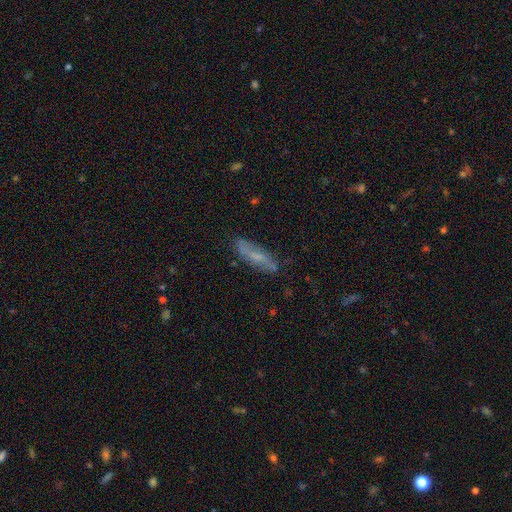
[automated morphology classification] A smooth galaxy with no disk features (48%). Merging: none (77%).